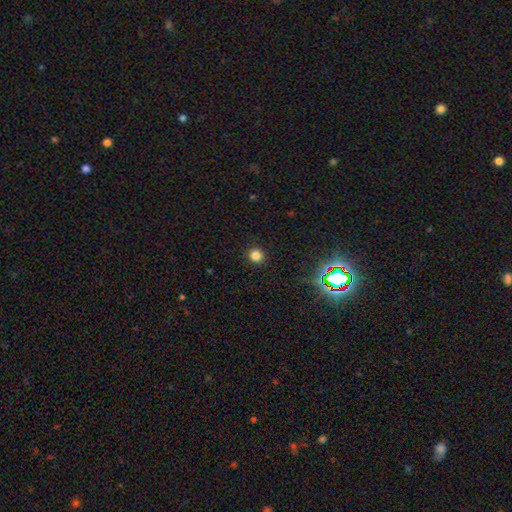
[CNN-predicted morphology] Overall: smooth (81%). How rounded: round (93%). Merging: none (92%).